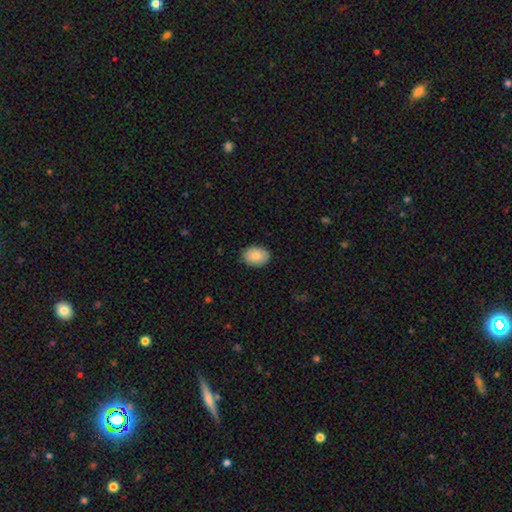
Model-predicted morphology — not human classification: Smooth or featured? smooth (88%)
How rounded? in between (78%)
Merging? none (89%)